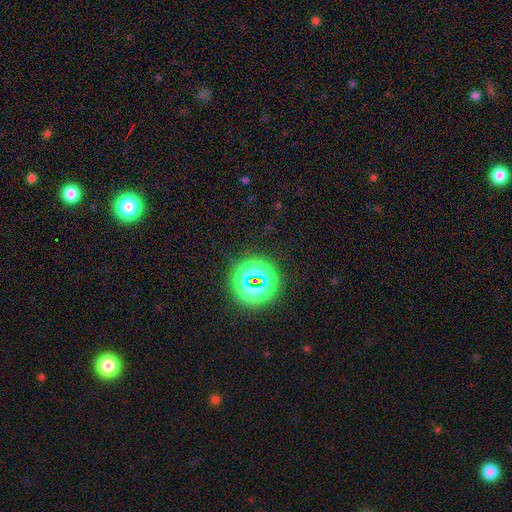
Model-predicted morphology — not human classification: A star or artifact, not a galaxy (77%).

Vote fractions:
- Smooth or featured? star or artifact: 77% / smooth: 16% / featured or disk: 7%